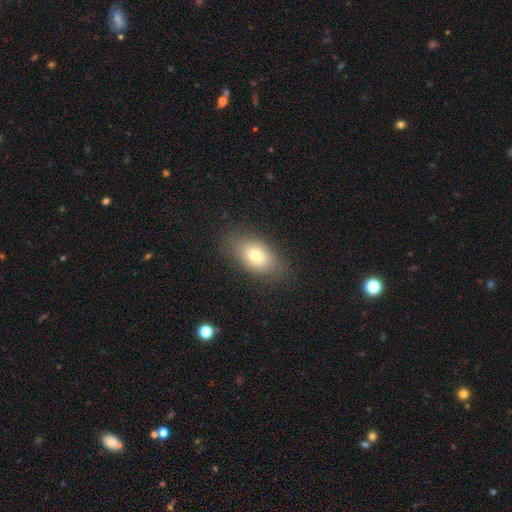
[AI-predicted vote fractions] The model was most divided on "smooth or featured": smooth: 75%, featured or disk: 15%, star or artifact: 10%. More confident: how rounded — in between (86%); merging — none (85%).